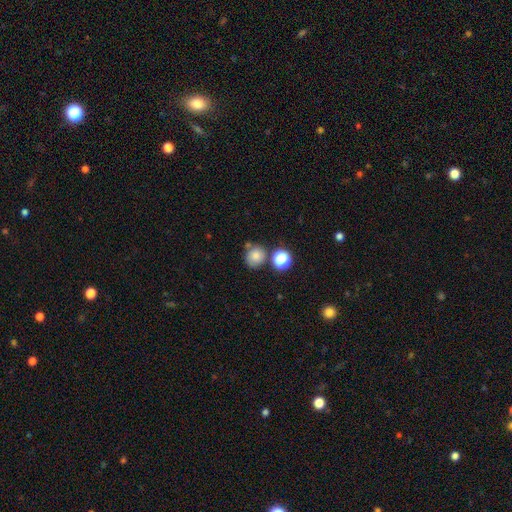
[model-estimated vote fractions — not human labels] A smooth galaxy with no disk features (74%) that is round (83%).

Vote fractions:
- Smooth or featured? smooth: 74% / star or artifact: 13% / featured or disk: 13%
- How rounded? round: 83% / in between: 16% / cigar-shaped: 1%
- Merging? none: 61% / merger: 17% / minor disturbance: 17% / major disturbance: 6%